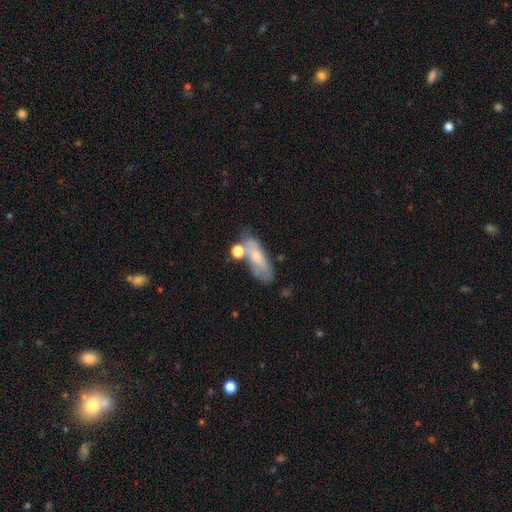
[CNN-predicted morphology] Overall: smooth (59%; featured or disk 32%). How rounded: in between (68%). Merging: none (45%; minor disturbance 24%).